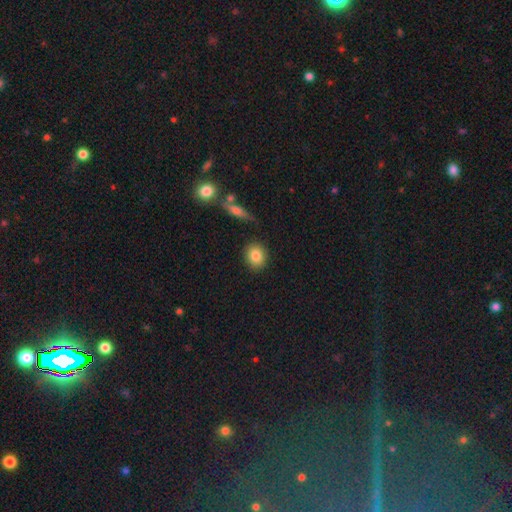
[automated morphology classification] smooth-or-featured: smooth: 83% | featured or disk: 9% | star or artifact: 8%
  how-rounded: round: 72% | in between: 26% | cigar-shaped: 2%
  merging: none: 85% | minor disturbance: 9% | merger: 3% | major disturbance: 2%